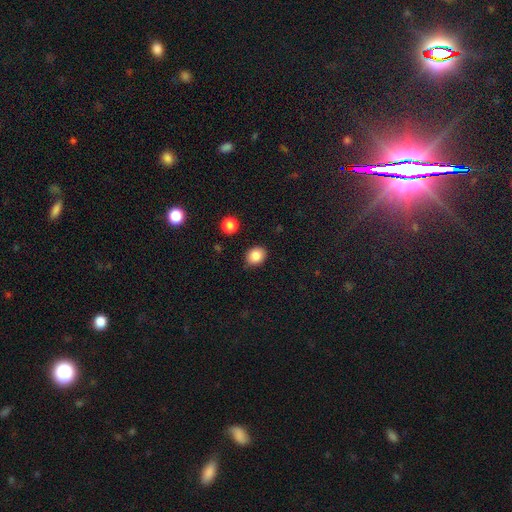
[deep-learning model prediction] This appears to be a smooth galaxy with no disk features (86%) that is round (50%). Merging: none (85%).